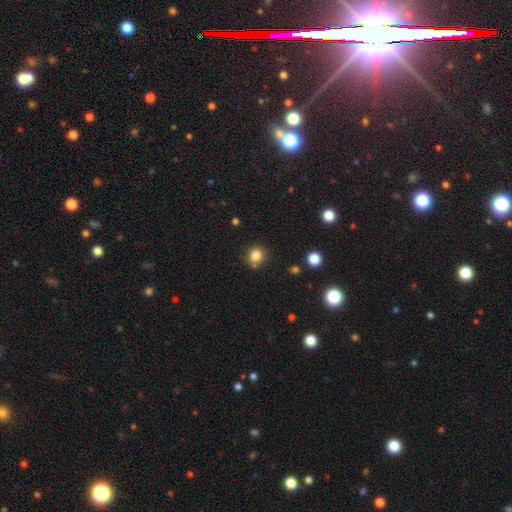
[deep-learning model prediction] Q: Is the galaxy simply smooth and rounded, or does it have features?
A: smooth — 82%.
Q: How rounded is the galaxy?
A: round — 85%.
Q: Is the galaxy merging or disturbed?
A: none — 78%.